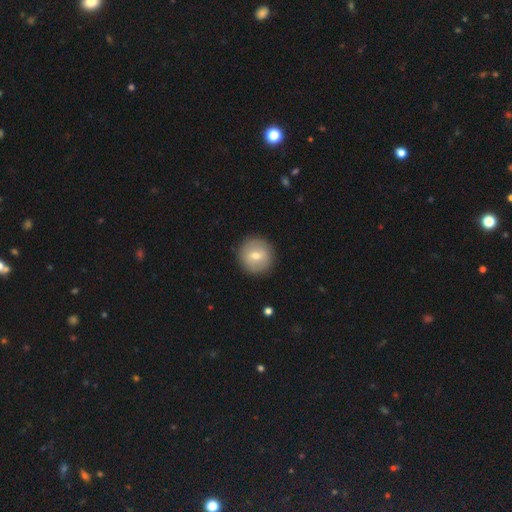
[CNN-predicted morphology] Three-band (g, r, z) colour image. It shows a smooth galaxy with no disk features (66%) that is round (94%). Merging: none (90%).